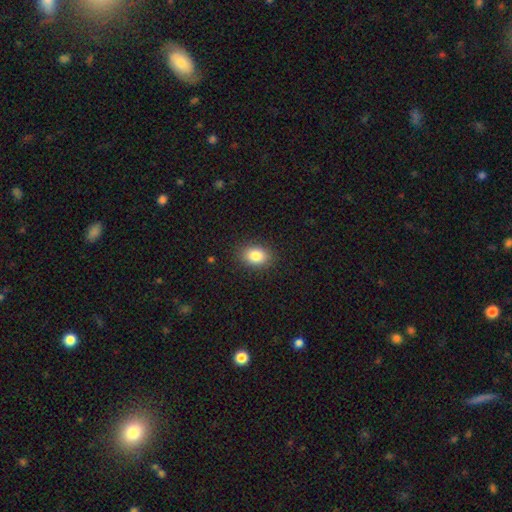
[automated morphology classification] Smooth or featured?
  - smooth: 84% *
  - star or artifact: 9%
  - featured or disk: 7%
How rounded?
  - in between: 72% *
  - round: 27%
  - cigar-shaped: 1%
Merging?
  - none: 89% *
  - minor disturbance: 8%
  - major disturbance: 2%
  - merger: 1%